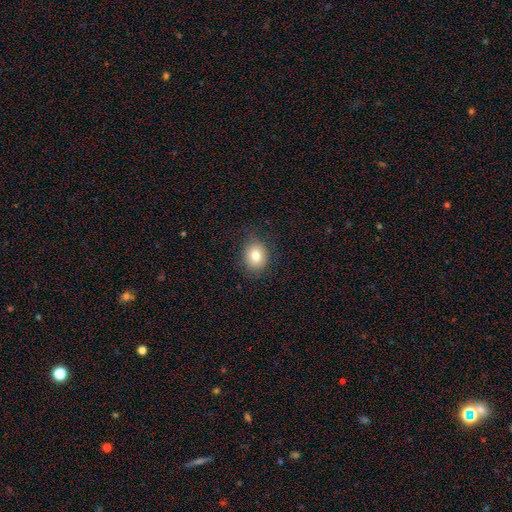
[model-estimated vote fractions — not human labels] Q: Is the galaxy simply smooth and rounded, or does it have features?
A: smooth — 79%.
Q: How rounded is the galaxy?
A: round — 53%.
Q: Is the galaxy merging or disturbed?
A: none — 82%.